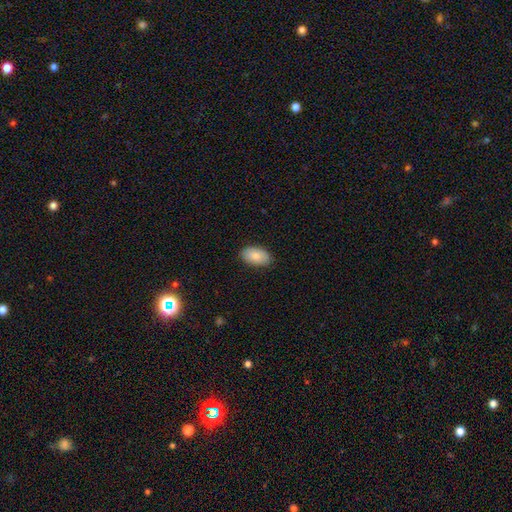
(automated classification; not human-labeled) smooth_or_featured: smooth (p=0.84) [alt: featured or disk p=0.09]
how_rounded: in between (p=0.94) [alt: round p=0.05]
merging: none (p=0.86) [alt: minor disturbance p=0.11]